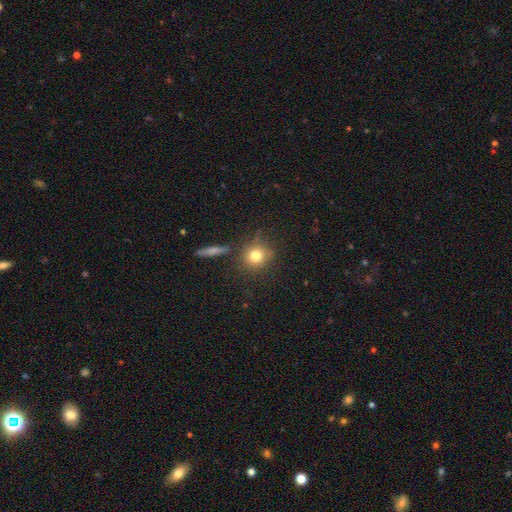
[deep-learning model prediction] A smooth galaxy with no disk features (78%) that is round (88%). Merging: none (80%).